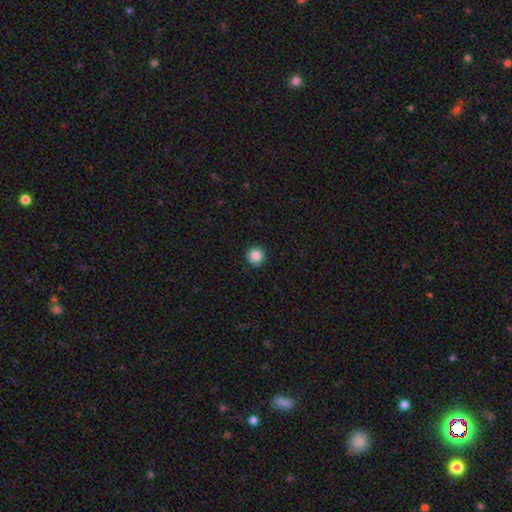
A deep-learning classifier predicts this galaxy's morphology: Overall: smooth (86%). How rounded: round (95%). Merging: none (92%).